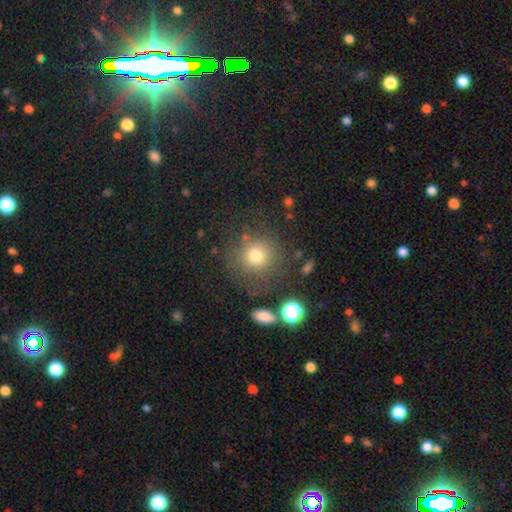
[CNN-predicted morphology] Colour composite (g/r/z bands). It shows a smooth galaxy with no disk features (74%) that is round (91%). Merging: none (74%).